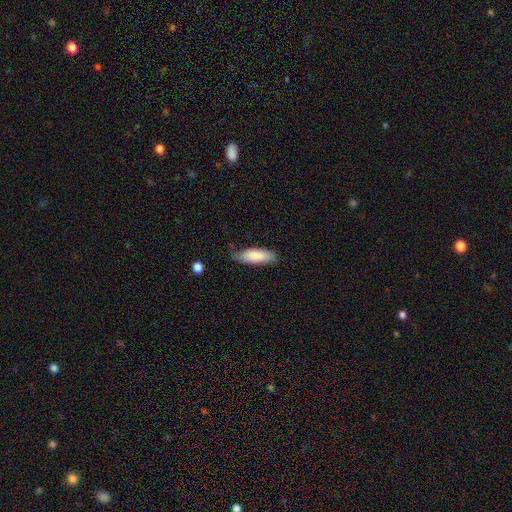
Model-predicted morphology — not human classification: A smooth galaxy with no disk features (83%) that is in between round and cigar-shaped (62%).

Vote fractions:
- Smooth or featured? smooth: 83% / featured or disk: 11% / star or artifact: 6%
- How rounded? in between: 62% / cigar-shaped: 37% / round: 2%
- Merging? none: 67% / minor disturbance: 26% / major disturbance: 5% / merger: 2%